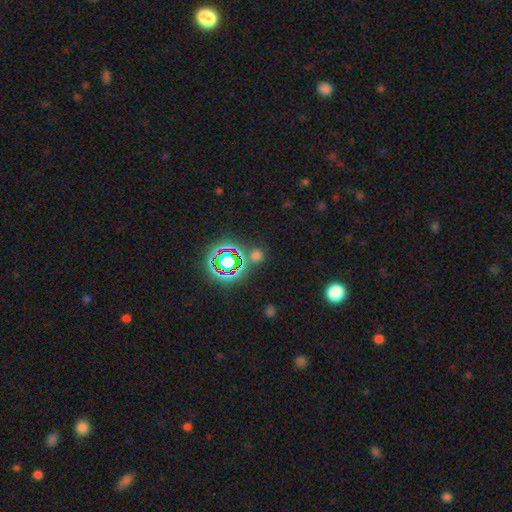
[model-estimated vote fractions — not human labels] Smooth or featured: smooth — 47% (star or artifact — 46%)
Merging: none — 76% (merger — 11%)